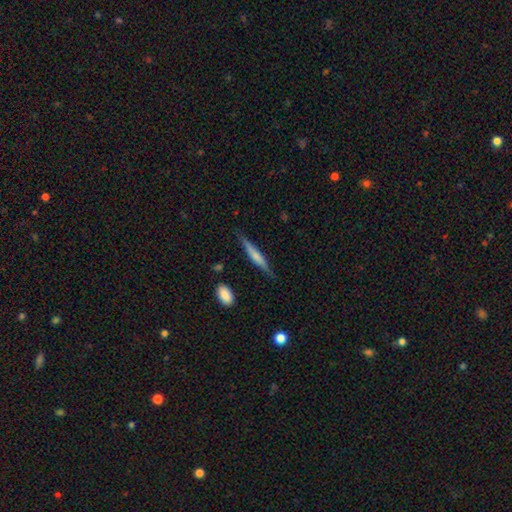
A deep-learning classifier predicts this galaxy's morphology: type=smooth (52%); roundness=cigar-shaped (90%); merging=none (81%).